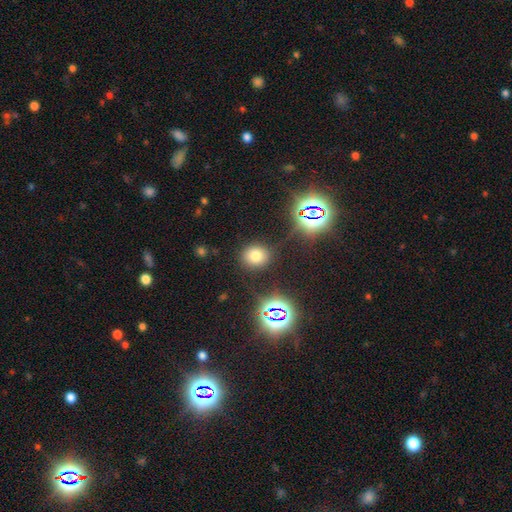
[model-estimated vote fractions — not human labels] Overall: smooth (69%). How rounded: round (76%). Merging: none (85%).